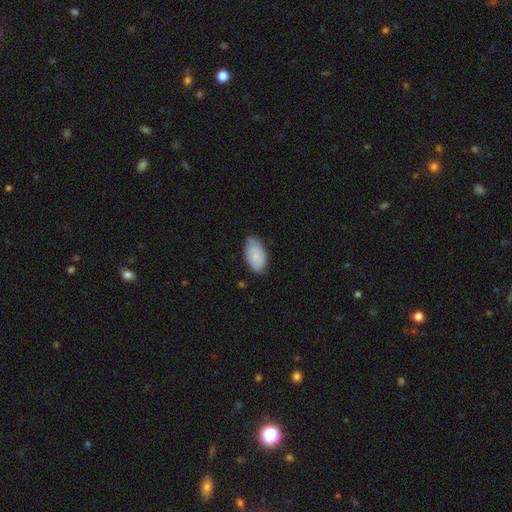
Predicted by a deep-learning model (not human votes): smooth-or-featured: smooth: 78% | featured or disk: 16% | star or artifact: 6%
  how-rounded: in between: 94% | round: 4% | cigar-shaped: 2%
  merging: none: 74% | minor disturbance: 22% | major disturbance: 3% | merger: 1%